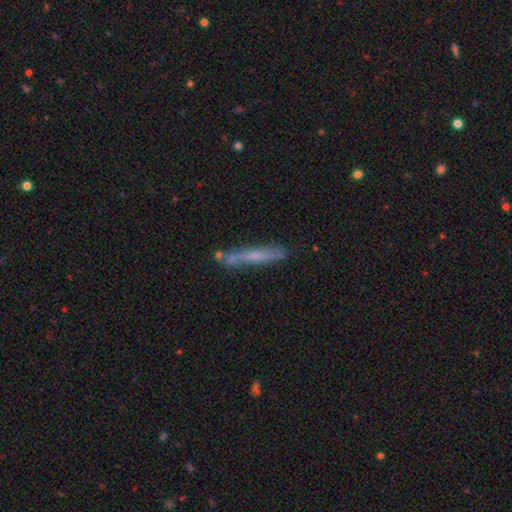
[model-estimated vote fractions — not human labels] Morphology: type=smooth (49%); merging=none (71%).